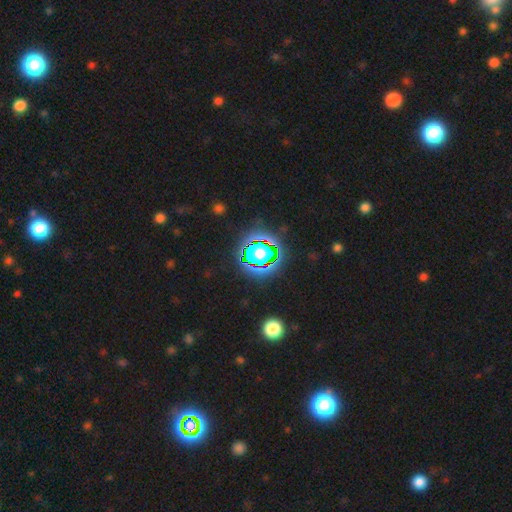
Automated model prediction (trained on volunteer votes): star or artifact 74%, smooth 16%, featured or disk 10%.